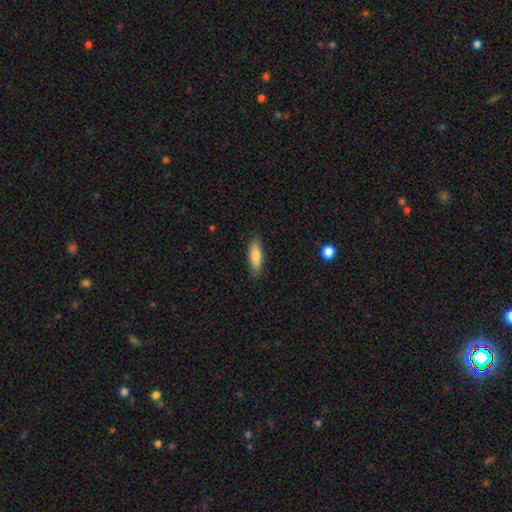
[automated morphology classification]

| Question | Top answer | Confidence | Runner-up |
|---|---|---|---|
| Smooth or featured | smooth | 71% | featured or disk (22%) |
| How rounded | cigar-shaped | 52% | in between (46%) |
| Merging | none | 86% | minor disturbance (11%) |